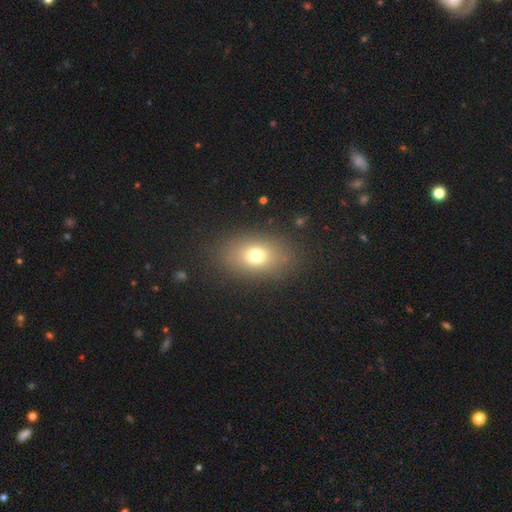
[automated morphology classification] Smooth or featured? smooth (72%)
How rounded? in between (74%)
Merging? none (83%)